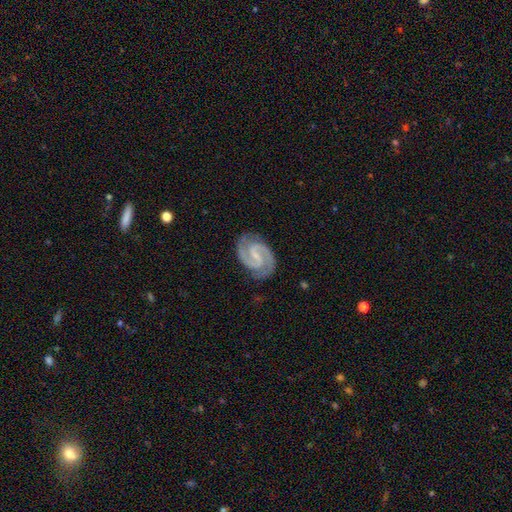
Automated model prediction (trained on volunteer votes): Smooth or featured: featured or disk — 93% (star or artifact — 4%)
Edge-on disk: no — 98% (yes — 2%)
Bar: weak — 50% (strong — 29%)
Spiral arms: yes — 99% (no — 1%)
Spiral winding: medium — 54% (tight — 38%)
Spiral arm count: 2 — 94% (can't tell — 1%)
Bulge size: small — 50% (none — 36%)
Merging: none — 85% (minor disturbance — 11%)